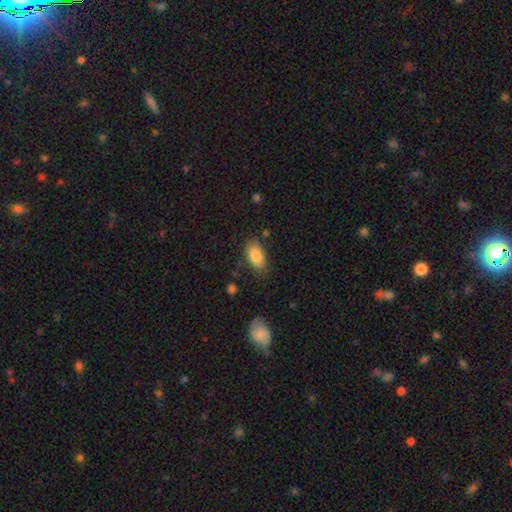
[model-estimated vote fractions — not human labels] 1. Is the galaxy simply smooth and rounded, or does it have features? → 86% smooth, 7% featured or disk, 7% star or artifact.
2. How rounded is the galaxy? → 92% in between, 5% cigar-shaped, 3% round.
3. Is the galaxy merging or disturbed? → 78% none, 16% minor disturbance, 4% major disturbance, 2% merger.